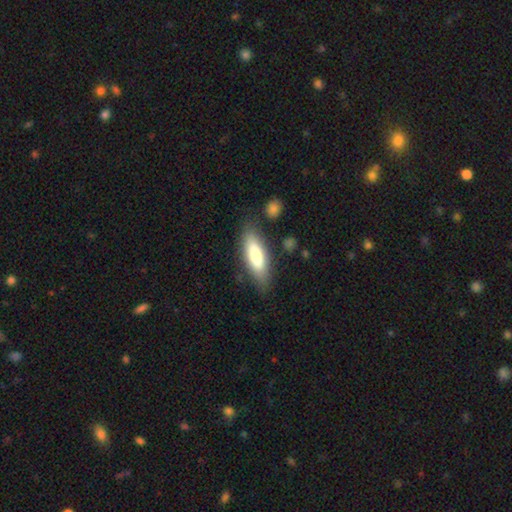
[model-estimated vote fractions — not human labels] A smooth galaxy with no disk features (77%) that is in between round and cigar-shaped (55%). Merging: none (79%).